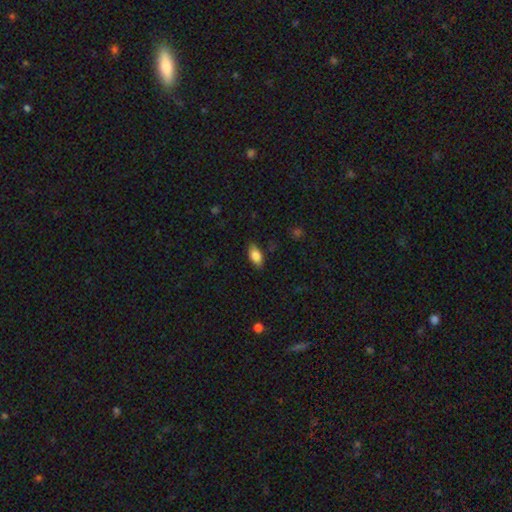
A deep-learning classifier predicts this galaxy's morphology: smooth_or_featured: smooth (p=0.79) [alt: featured or disk p=0.14]
how_rounded: in between (p=0.89) [alt: cigar-shaped p=0.07]
merging: none (p=0.84) [alt: minor disturbance p=0.12]